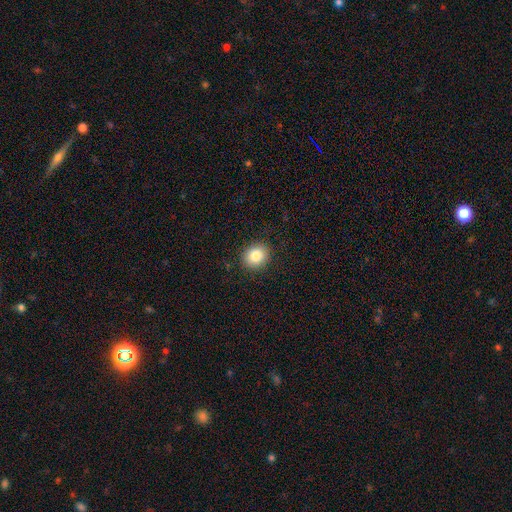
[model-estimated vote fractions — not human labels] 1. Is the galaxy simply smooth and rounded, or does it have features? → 85% smooth, 9% star or artifact, 6% featured or disk.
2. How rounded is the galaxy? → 71% round, 28% in between, 1% cigar-shaped.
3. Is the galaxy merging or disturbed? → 90% none, 7% minor disturbance, 2% major disturbance, 1% merger.